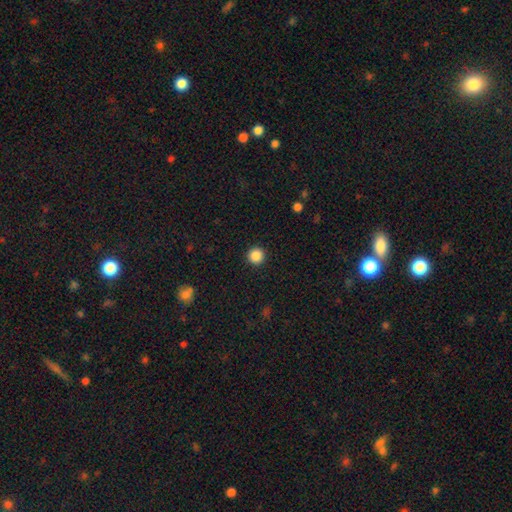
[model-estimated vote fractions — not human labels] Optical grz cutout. It shows a smooth galaxy with no disk features (87%) that is round (96%). Merging: none (93%).